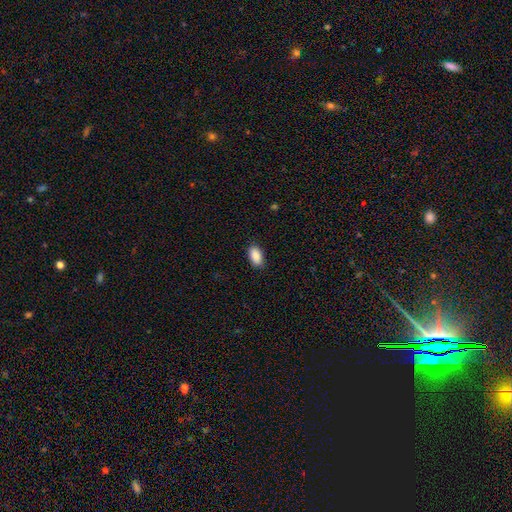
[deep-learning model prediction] Smooth or featured? Predicted: smooth (p=0.90). How rounded? Predicted: in between (p=0.94). Merging? Predicted: none (p=0.88).